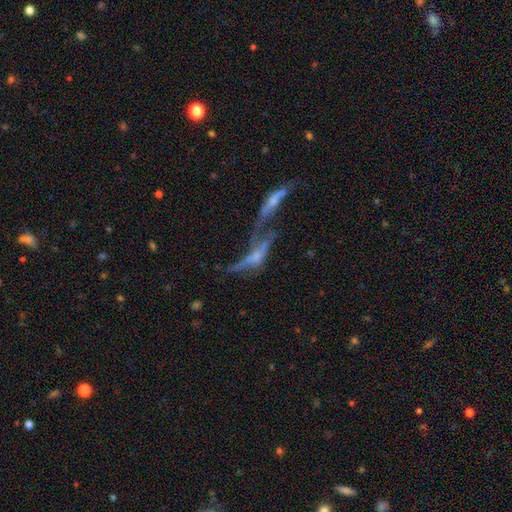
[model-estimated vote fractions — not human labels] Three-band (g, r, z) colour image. It shows a featured or disk galaxy (55%). Merging: merger (68%).